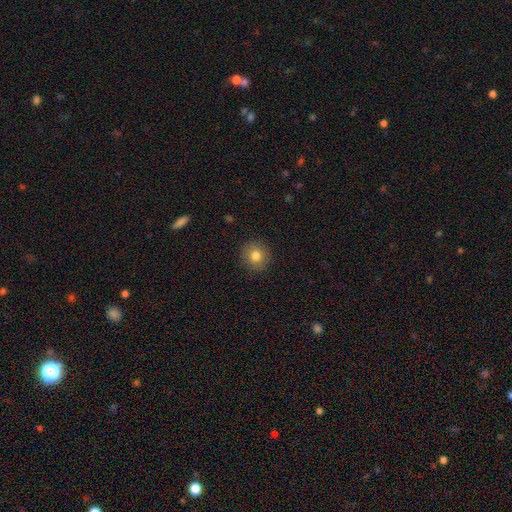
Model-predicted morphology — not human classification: Overall: smooth (79%). How rounded: round (89%). Merging: none (91%).